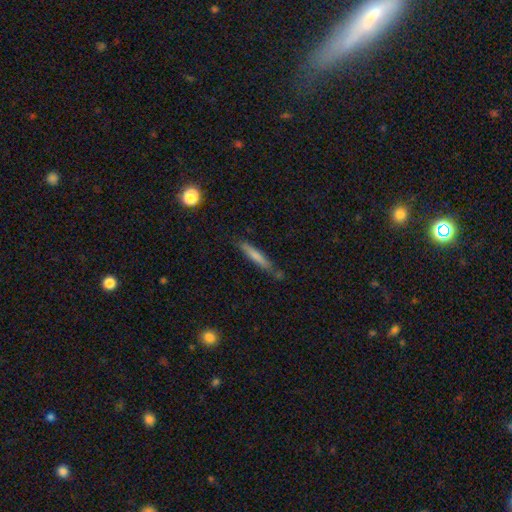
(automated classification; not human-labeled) This appears to be a smooth galaxy with no disk features (72%) that is cigar-shaped (92%). Merging: none (74%).